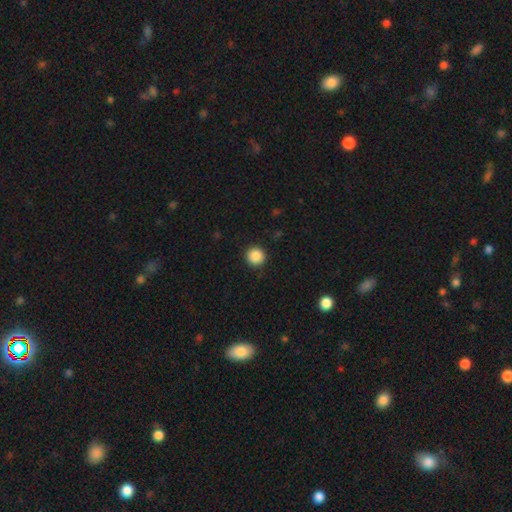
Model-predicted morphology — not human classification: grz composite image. It shows a smooth galaxy with no disk features (88%) that is round (95%). Merging: none (92%).